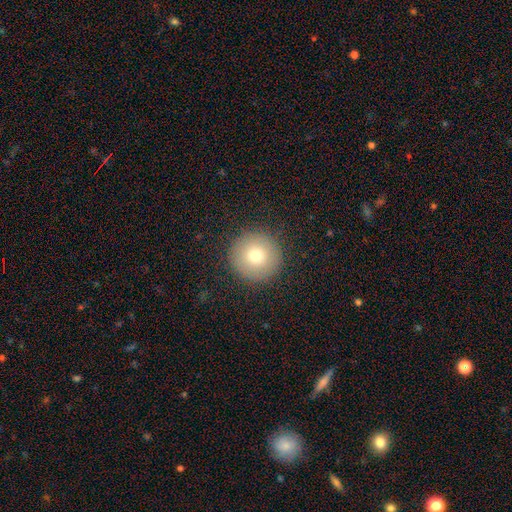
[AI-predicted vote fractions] Smooth or featured? Predicted: smooth (p=0.77). How rounded? Predicted: round (p=0.96). Merging? Predicted: none (p=0.91).